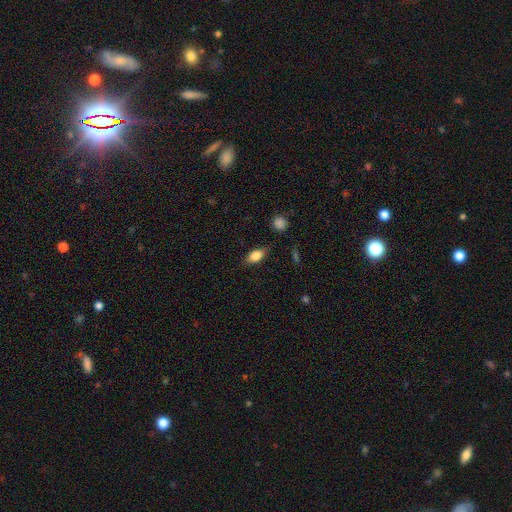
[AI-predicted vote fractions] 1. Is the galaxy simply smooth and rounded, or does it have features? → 76% smooth, 15% featured or disk, 8% star or artifact.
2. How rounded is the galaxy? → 83% in between, 9% cigar-shaped, 9% round.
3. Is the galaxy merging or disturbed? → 80% none, 14% minor disturbance, 4% major disturbance, 2% merger.